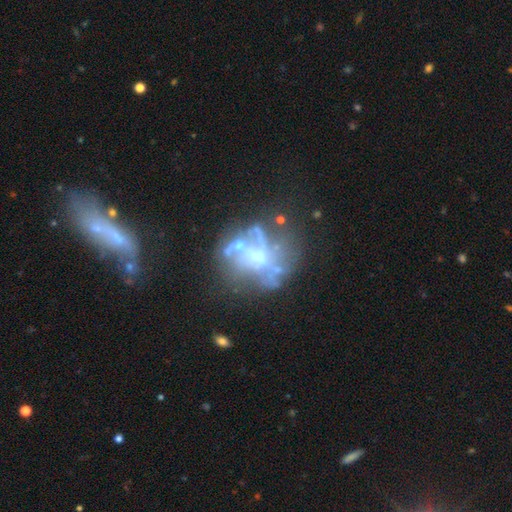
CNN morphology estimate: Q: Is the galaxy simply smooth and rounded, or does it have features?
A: featured or disk — 67%.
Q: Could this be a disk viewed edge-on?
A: no — 97%.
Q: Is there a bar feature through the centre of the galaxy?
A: no — 73%.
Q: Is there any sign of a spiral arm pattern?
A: no — 70%.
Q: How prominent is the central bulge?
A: moderate — 39%.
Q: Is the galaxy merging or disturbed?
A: none — 37%.